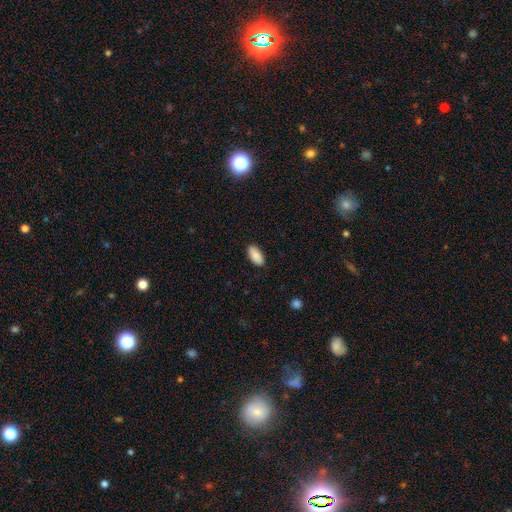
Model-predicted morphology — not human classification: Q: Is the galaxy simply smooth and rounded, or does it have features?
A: smooth — 88%.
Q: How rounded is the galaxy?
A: in between — 92%.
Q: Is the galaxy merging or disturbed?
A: none — 87%.